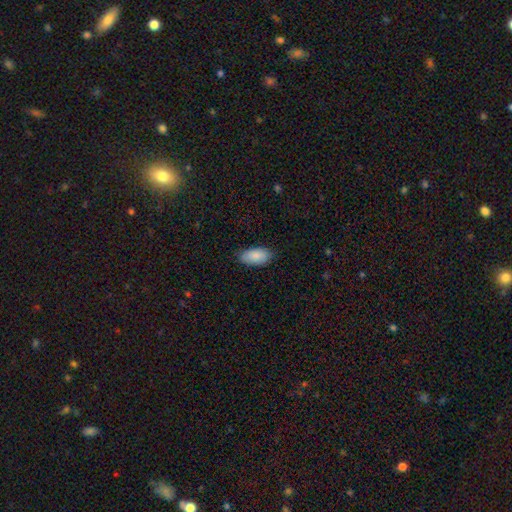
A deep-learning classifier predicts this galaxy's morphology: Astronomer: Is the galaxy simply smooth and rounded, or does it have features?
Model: smooth — 87%.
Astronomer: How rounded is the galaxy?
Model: in between — 94%.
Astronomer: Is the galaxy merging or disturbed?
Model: none — 82%.